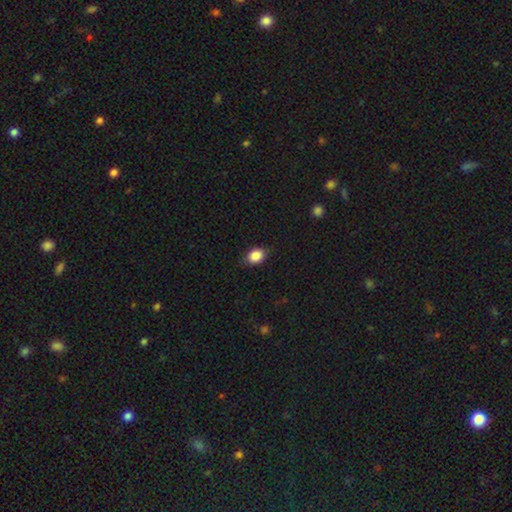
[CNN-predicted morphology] A smooth galaxy with no disk features (87%) that is in between round and cigar-shaped (63%). Merging: none (82%).